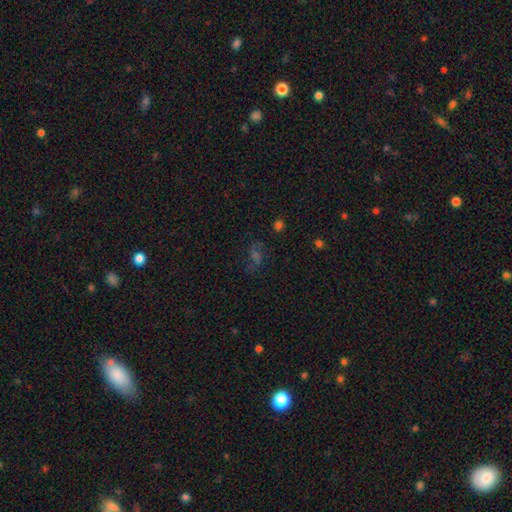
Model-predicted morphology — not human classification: type=featured or disk (41%); merging=none (68%).